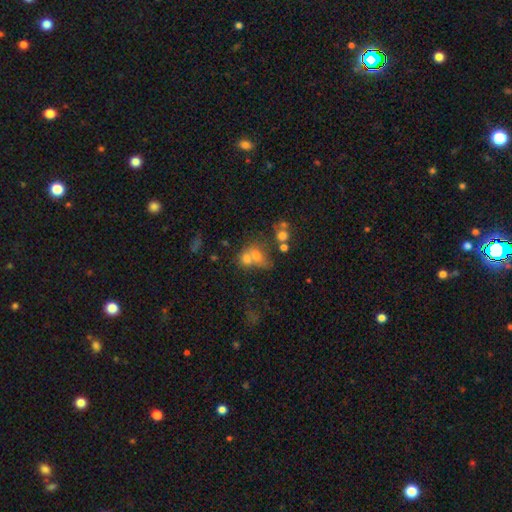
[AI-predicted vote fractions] This appears to be a smooth galaxy with no disk features (47%). Merging: merger (45%).